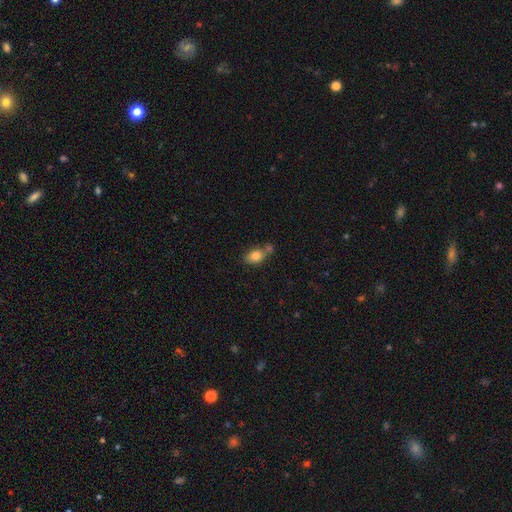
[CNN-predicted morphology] Smooth or featured? smooth (80%)
How rounded? in between (82%)
Merging? none (43%)